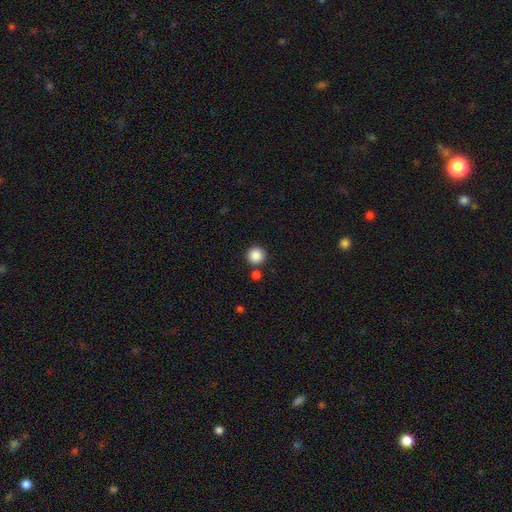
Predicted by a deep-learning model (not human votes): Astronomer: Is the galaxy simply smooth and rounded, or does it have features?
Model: smooth — 88%.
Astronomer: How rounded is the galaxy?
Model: round — 95%.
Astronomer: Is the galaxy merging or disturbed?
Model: none — 83%.